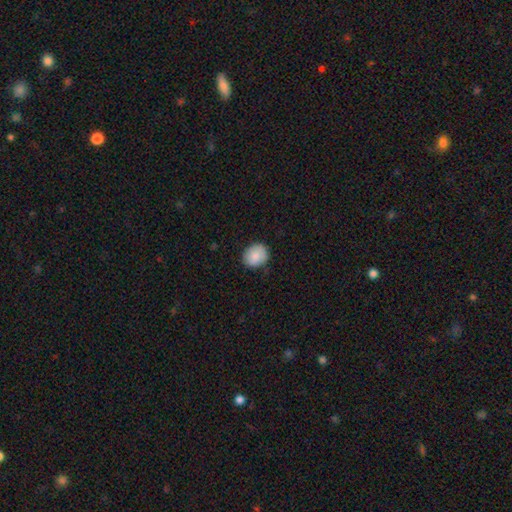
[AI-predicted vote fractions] Overall: smooth (86%). How rounded: round (67%; in between 32%). Merging: none (83%).